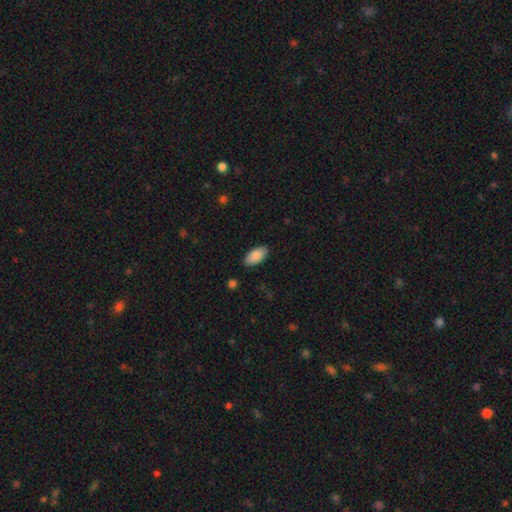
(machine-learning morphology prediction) Q: Smooth or featured?
A: smooth (88%); runner-up: star or artifact (6%)
Q: How rounded?
A: in between (94%); runner-up: cigar-shaped (4%)
Q: Merging?
A: none (87%); runner-up: minor disturbance (10%)